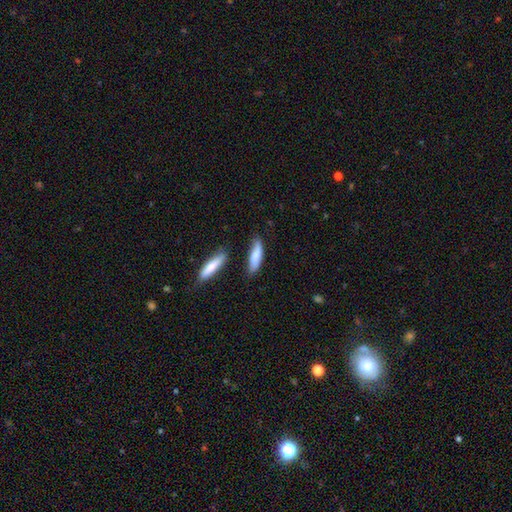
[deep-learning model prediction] smooth-or-featured: smooth: 81% | featured or disk: 13% | star or artifact: 6%
  how-rounded: cigar-shaped: 61% | in between: 37% | round: 2%
  merging: none: 70% | minor disturbance: 20% | merger: 6% | major disturbance: 4%